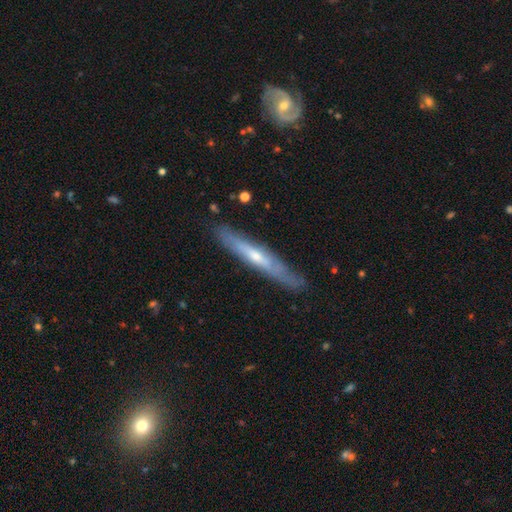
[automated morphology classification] A featured or disk galaxy (63%) viewed edge-on (82%) with a rounded central bulge (58%). Merging: none (81%).